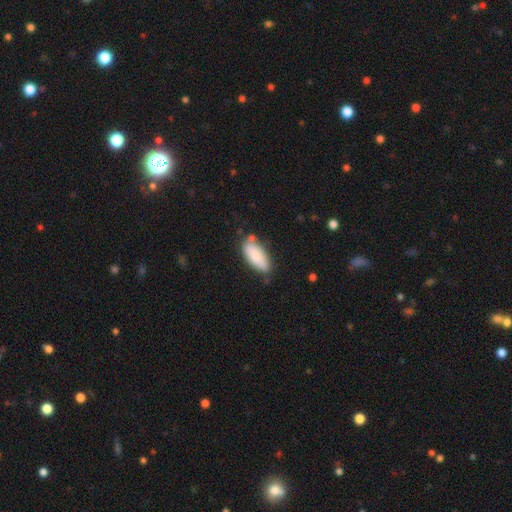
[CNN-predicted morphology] Smooth or featured? Predicted: smooth (p=0.77). How rounded? Predicted: in between (p=0.86). Merging? Predicted: none (p=0.70).